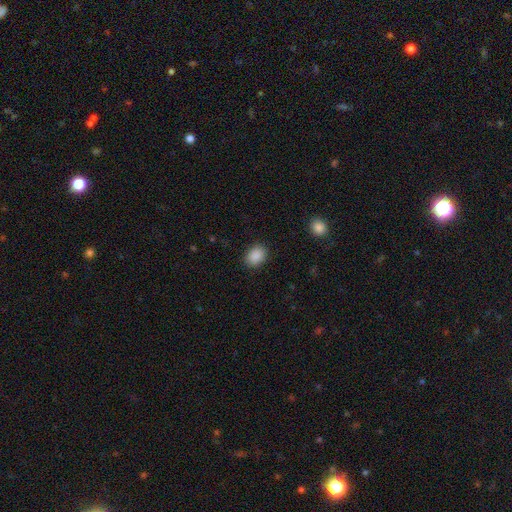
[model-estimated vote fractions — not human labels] Morphology: type=smooth (89%); roundness=in between (66%); merging=none (88%).